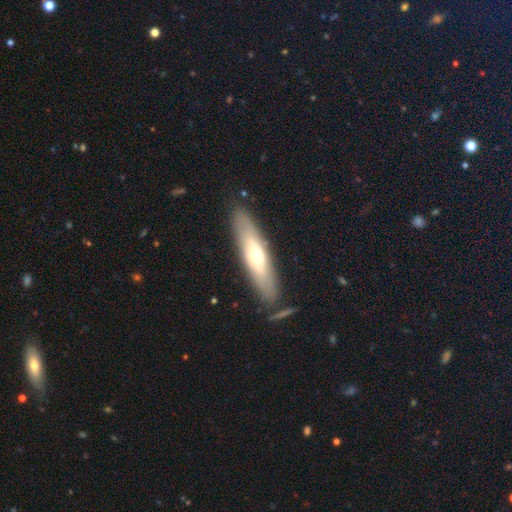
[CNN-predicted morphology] A smooth galaxy with no disk features (49%).

Vote fractions:
- Smooth or featured? smooth: 49% / featured or disk: 45% / star or artifact: 6%
- Merging? none: 83% / minor disturbance: 11% / merger: 4% / major disturbance: 3%